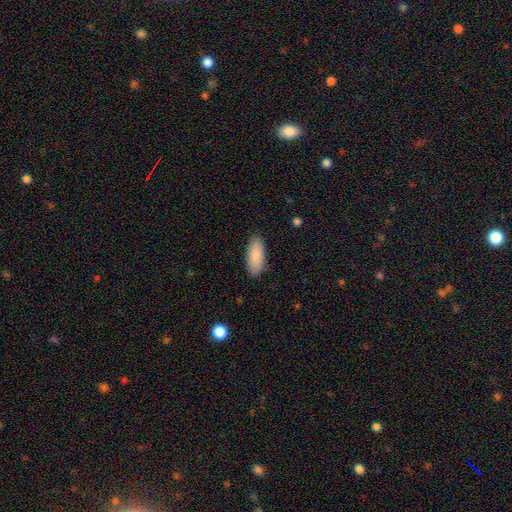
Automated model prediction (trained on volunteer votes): Smooth or featured: smooth — 88% (featured or disk — 6%)
How rounded: in between — 80% (cigar-shaped — 18%)
Merging: none — 87% (minor disturbance — 10%)